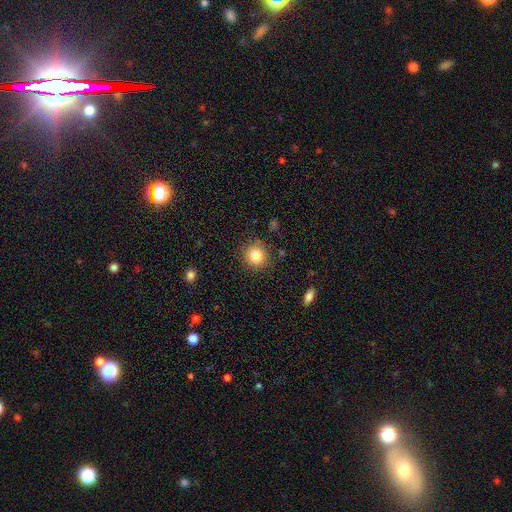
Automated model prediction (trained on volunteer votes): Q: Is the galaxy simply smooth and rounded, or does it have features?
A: smooth — 83%.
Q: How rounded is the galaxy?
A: round — 91%.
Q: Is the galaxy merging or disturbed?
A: none — 86%.